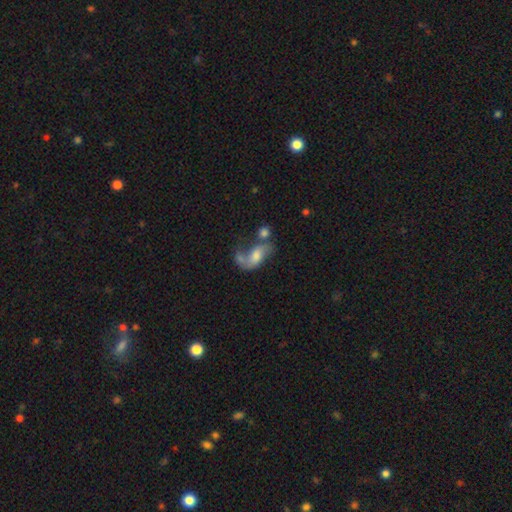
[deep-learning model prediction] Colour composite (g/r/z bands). It shows a featured or disk galaxy (58%) with no bar (56%), spiral arms (78%) and a moderate central bulge (45%). Merging: merger (35%).